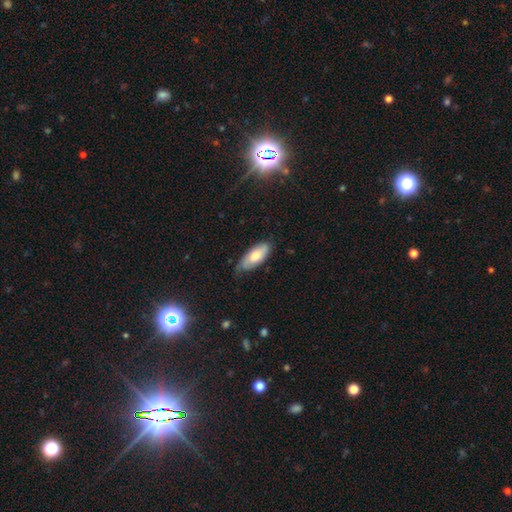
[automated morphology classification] smooth-or-featured: smooth: 69% | featured or disk: 25% | star or artifact: 6%
  how-rounded: in between: 82% | cigar-shaped: 16% | round: 2%
  merging: none: 63% | minor disturbance: 30% | major disturbance: 6% | merger: 1%